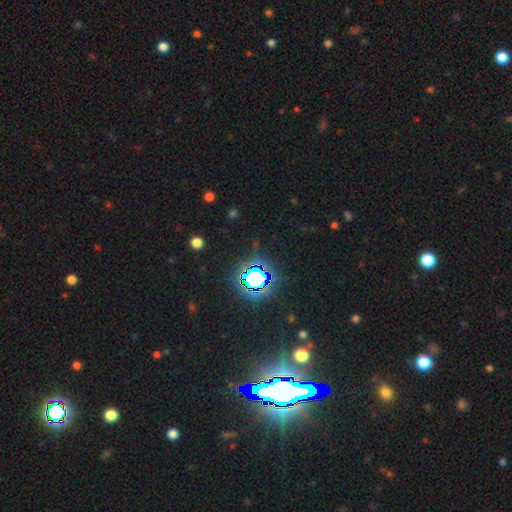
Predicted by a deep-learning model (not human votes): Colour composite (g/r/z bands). It shows a star or artifact, not a galaxy (81%).